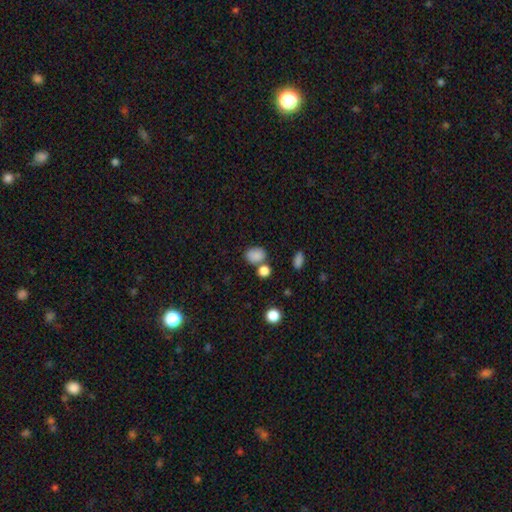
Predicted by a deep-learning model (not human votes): Morphology: type=smooth (84%); roundness=in between (62%); merging=none (62%).